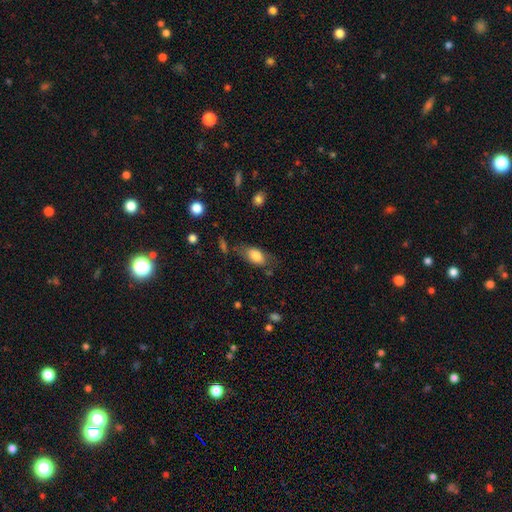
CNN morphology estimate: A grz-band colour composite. It shows a smooth galaxy with no disk features (79%) that is in between round and cigar-shaped (90%). Merging: none (61%).